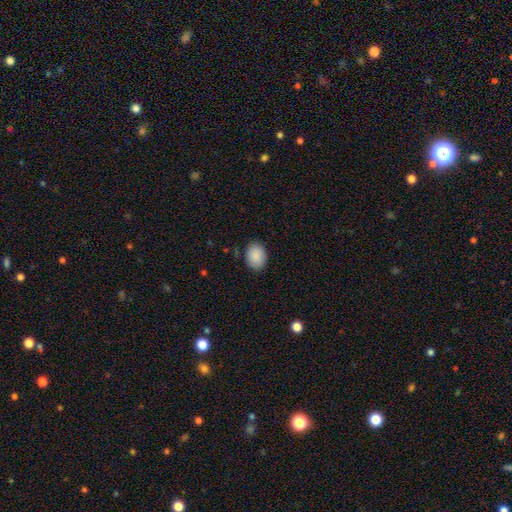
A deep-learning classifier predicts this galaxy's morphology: Smooth or featured? Predicted: smooth (p=0.89). How rounded? Predicted: in between (p=0.70). Merging? Predicted: none (p=0.86).